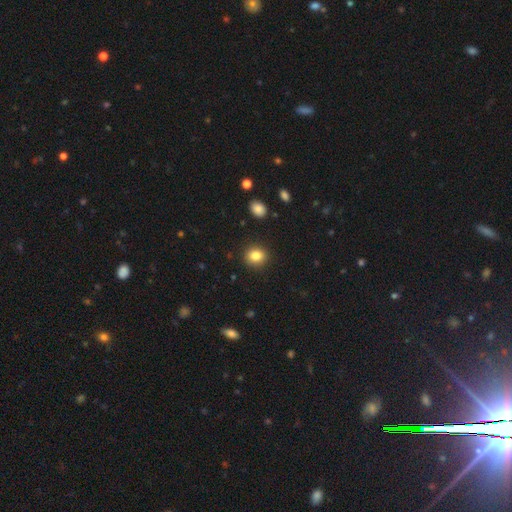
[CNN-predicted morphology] Smooth or featured? Predicted: smooth (p=0.84). How rounded? Predicted: round (p=0.71). Merging? Predicted: none (p=0.90).